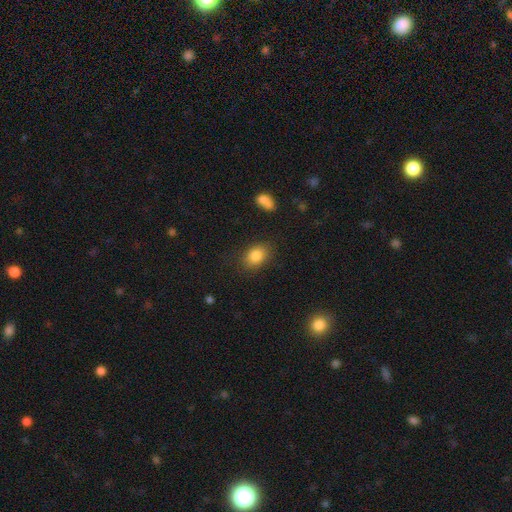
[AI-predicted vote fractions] Morphology: type=smooth (85%); roundness=in between (71%); merging=none (81%).